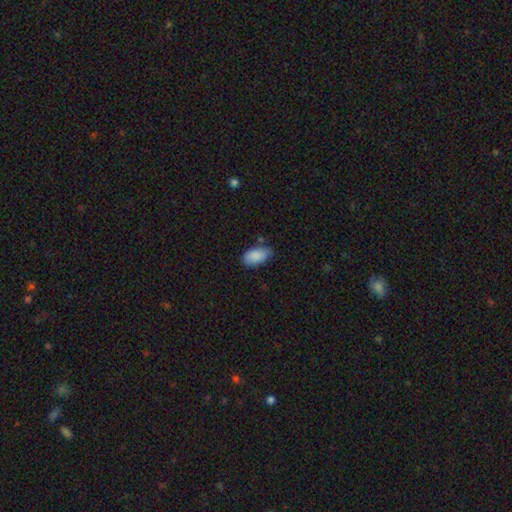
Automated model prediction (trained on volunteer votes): smooth_or_featured: smooth (p=0.88) [alt: star or artifact p=0.07]
how_rounded: in between (p=0.94) [alt: round p=0.04]
merging: none (p=0.70) [alt: minor disturbance p=0.24]